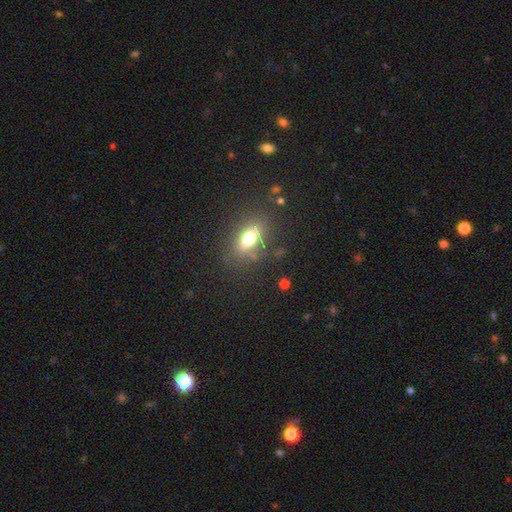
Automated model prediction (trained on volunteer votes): A smooth galaxy with no disk features (60%) that is in between round and cigar-shaped (71%).

Vote fractions:
- Smooth or featured? smooth: 60% / star or artifact: 28% / featured or disk: 12%
- How rounded? in between: 71% / round: 24% / cigar-shaped: 5%
- Merging? none: 85% / minor disturbance: 9% / major disturbance: 3% / merger: 3%